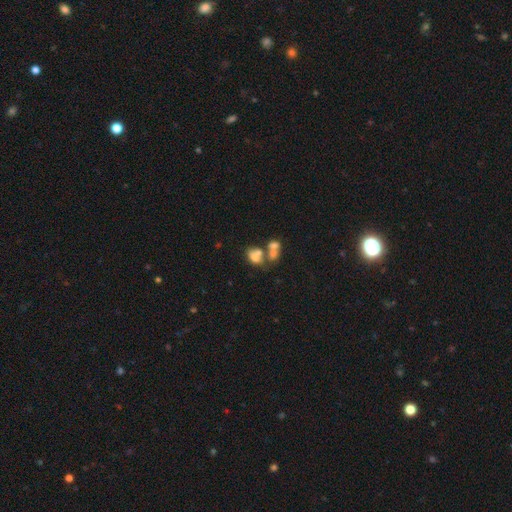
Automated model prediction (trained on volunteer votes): Smooth or featured? Predicted: smooth (p=0.57). How rounded? Predicted: in between (p=0.73). Merging? Predicted: merger (p=0.60).